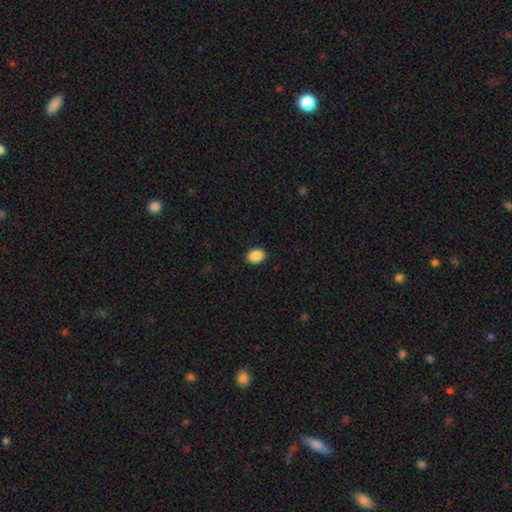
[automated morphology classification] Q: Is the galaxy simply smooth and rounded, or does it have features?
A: smooth — 90%.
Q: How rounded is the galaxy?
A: in between — 72%.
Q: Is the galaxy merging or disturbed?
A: none — 91%.